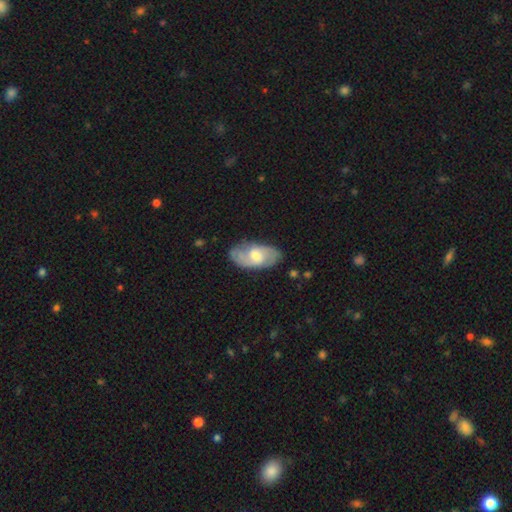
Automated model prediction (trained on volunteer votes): Smooth or featured?
  - featured or disk: 66% *
  - smooth: 29%
  - star or artifact: 6%
Edge-on disk?
  - no: 93% *
  - yes: 7%
Bar?
  - no: 49% *
  - weak: 43%
  - strong: 7%
Spiral arms?
  - yes: 87% *
  - no: 13%
Spiral winding?
  - medium: 46% *
  - tight: 31%
  - loose: 23%
Spiral arm count?
  - 2: 71% *
  - can't tell: 18%
  - 3: 5%
  - 1: 3%
  - 4: 2%
  - more than 4: 2%
Bulge size?
  - moderate: 59% *
  - small: 31%
  - large: 6%
  - none: 2%
  - dominant: 1%
Merging?
  - none: 76% *
  - minor disturbance: 18%
  - major disturbance: 5%
  - merger: 2%